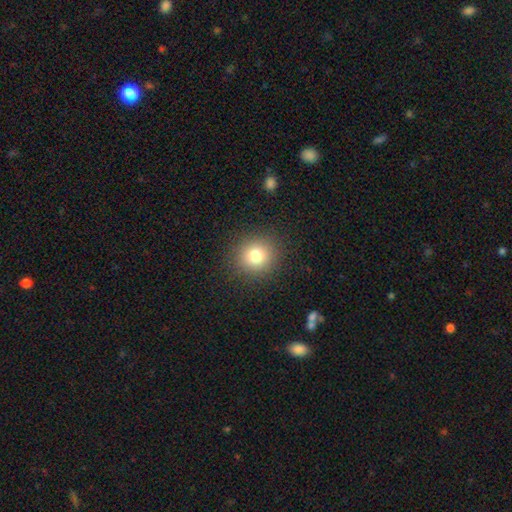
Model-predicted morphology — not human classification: A smooth galaxy with no disk features (79%) that is round (87%). Merging: none (89%).